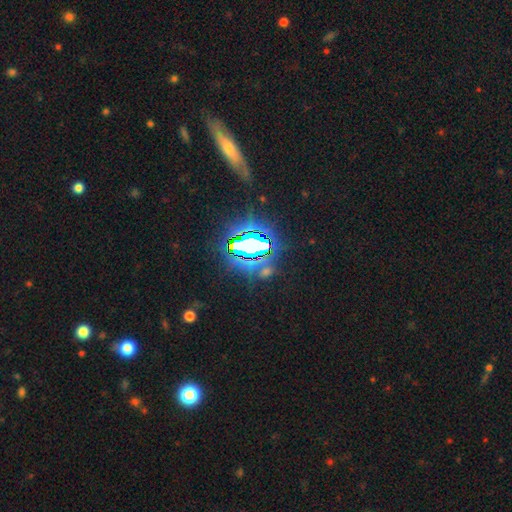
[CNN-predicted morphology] star or artifact 78%, smooth 12%, featured or disk 10%.